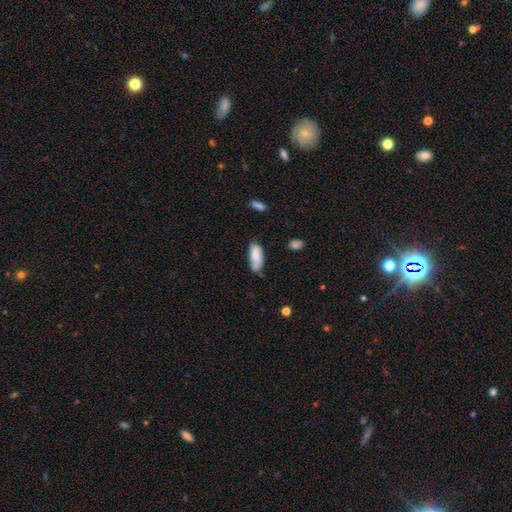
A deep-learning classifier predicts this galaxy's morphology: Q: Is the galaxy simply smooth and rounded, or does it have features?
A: smooth — 77%.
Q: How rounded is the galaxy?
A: in between — 82%.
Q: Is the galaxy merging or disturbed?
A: none — 52%.